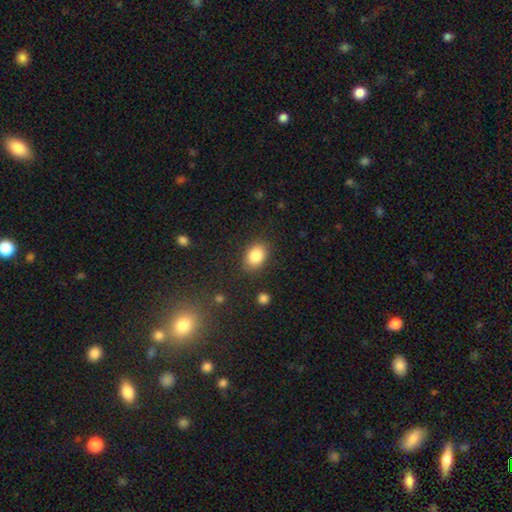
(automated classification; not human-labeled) Smooth or featured?
  - smooth: 85% *
  - star or artifact: 8%
  - featured or disk: 6%
How rounded?
  - in between: 74% *
  - round: 25%
  - cigar-shaped: 1%
Merging?
  - none: 84% *
  - minor disturbance: 10%
  - major disturbance: 3%
  - merger: 2%